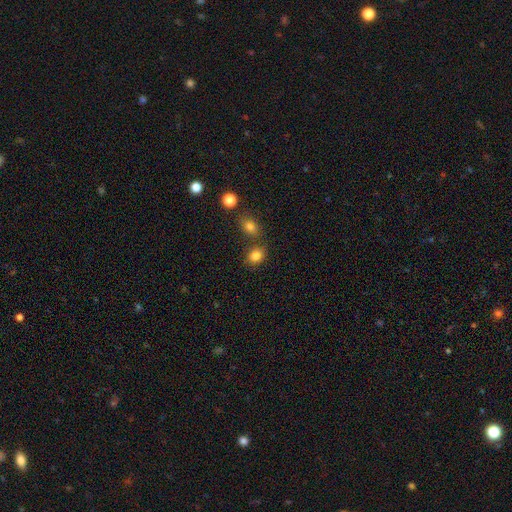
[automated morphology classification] type=smooth (83%); roundness=round (52%); merging=none (70%).